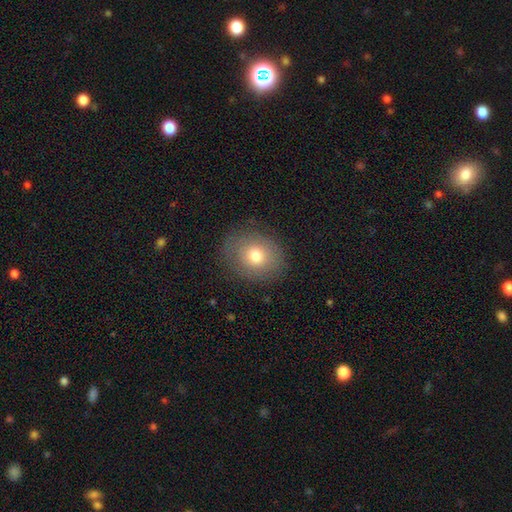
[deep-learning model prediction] A smooth galaxy with no disk features (73%) that is round (65%).

Vote fractions:
- Smooth or featured? smooth: 73% / featured or disk: 16% / star or artifact: 10%
- How rounded? round: 65% / in between: 34% / cigar-shaped: 1%
- Merging? none: 82% / minor disturbance: 12% / major disturbance: 5% / merger: 1%